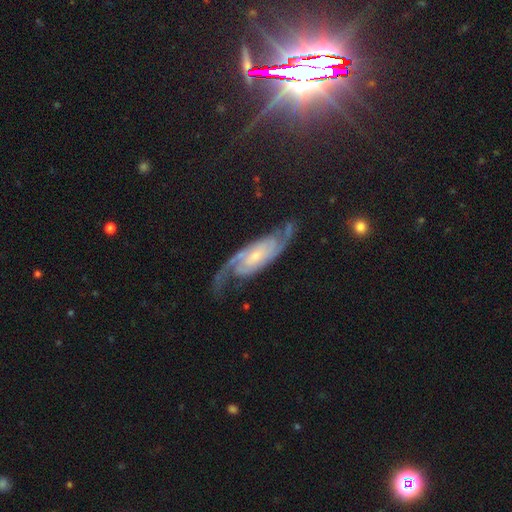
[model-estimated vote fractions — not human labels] This is clearly a featured or disk galaxy (86%). It is clearly not viewed edge-on (93%). Bar: possibly no (51%). Spiral arm pattern: clearly yes (98%). Spiral arm count: clearly 2 (87%). Spiral winding: possibly medium (47%). Central bulge: likely small (63%). Merging: likely none (71%).